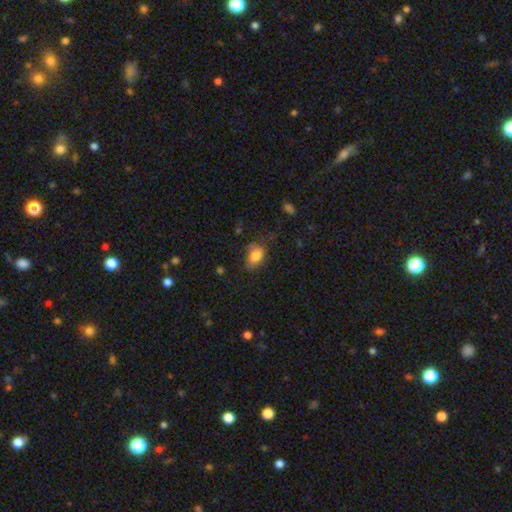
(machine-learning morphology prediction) This appears to be a smooth galaxy with no disk features (79%) that is in between round and cigar-shaped (81%). Merging: none (49%).